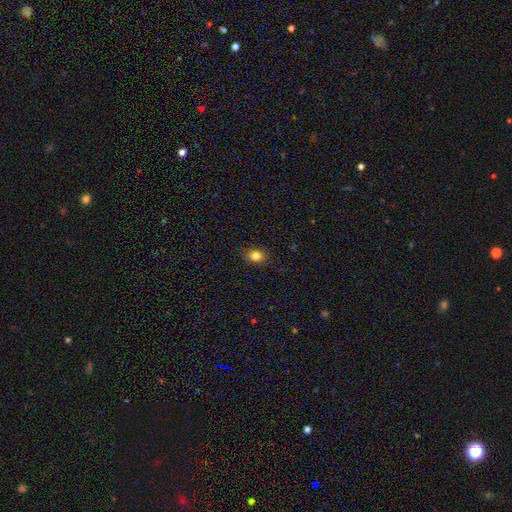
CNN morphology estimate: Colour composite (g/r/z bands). It shows a smooth galaxy with no disk features (82%) that is round (57%). Merging: none (88%).